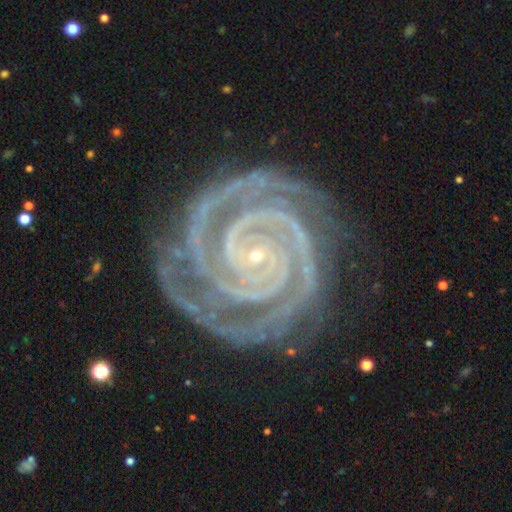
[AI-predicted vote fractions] Morphology: type=featured or disk (93%); edge-on=no (98%); bar=no (63%); spiral arms=yes (99%); winding=tight (89%); arm count=2 (64%); bulge=small (91%); merging=none (80%).